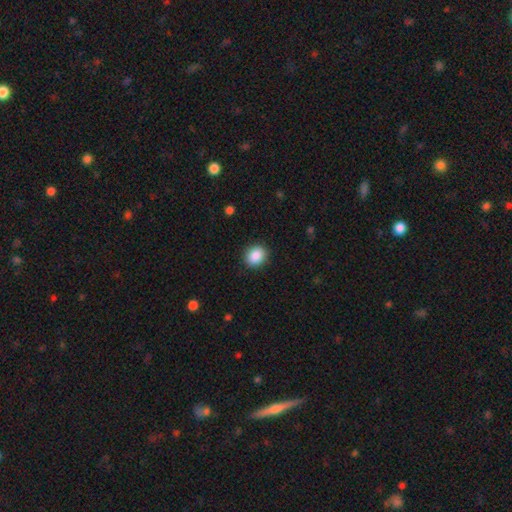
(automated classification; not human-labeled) Overall: smooth (88%). How rounded: round (65%; in between 34%). Merging: none (90%).